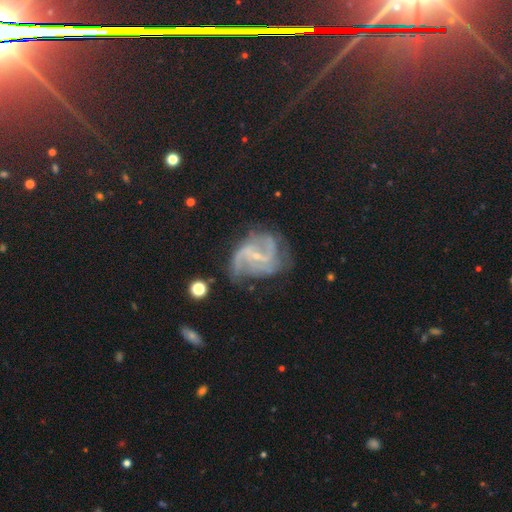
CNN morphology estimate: Smooth or featured: featured or disk — 86% (star or artifact — 8%)
Edge-on disk: no — 98% (yes — 2%)
Bar: weak — 50% (no — 26%)
Spiral arms: yes — 95% (no — 5%)
Spiral winding: medium — 47% (loose — 36%)
Spiral arm count: 2 — 53% (3 — 18%)
Bulge size: small — 79% (moderate — 14%)
Merging: none — 57% (minor disturbance — 23%)